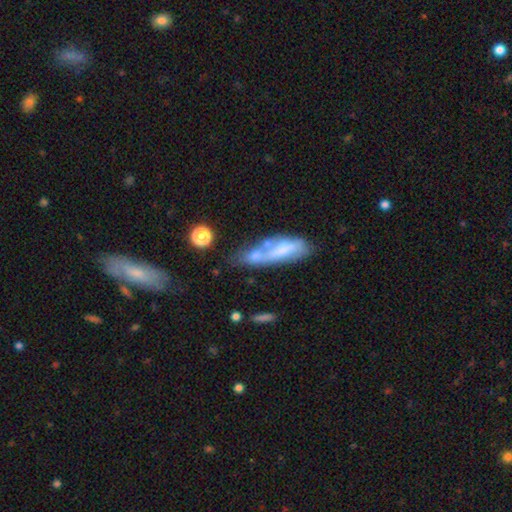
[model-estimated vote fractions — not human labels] A smooth galaxy with no disk features (54%) that is in between round and cigar-shaped (54%).

Vote fractions:
- Smooth or featured? smooth: 54% / featured or disk: 37% / star or artifact: 10%
- How rounded? in between: 54% / cigar-shaped: 42% / round: 4%
- Merging? none: 37% / minor disturbance: 23% / merger: 22% / major disturbance: 17%